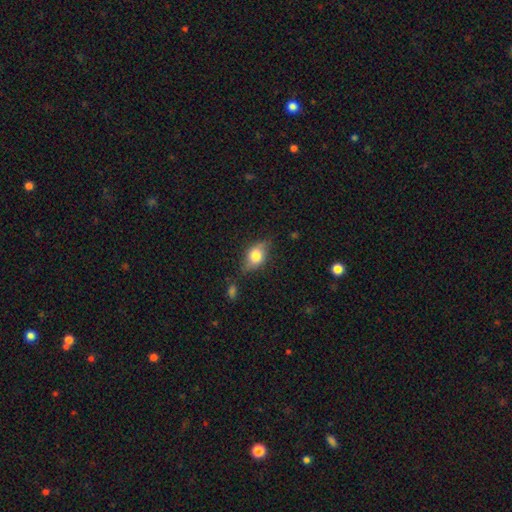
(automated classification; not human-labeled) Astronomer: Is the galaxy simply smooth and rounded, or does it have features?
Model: smooth — 64%.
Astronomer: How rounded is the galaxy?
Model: in between — 76%.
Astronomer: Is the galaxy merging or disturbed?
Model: none — 66%.